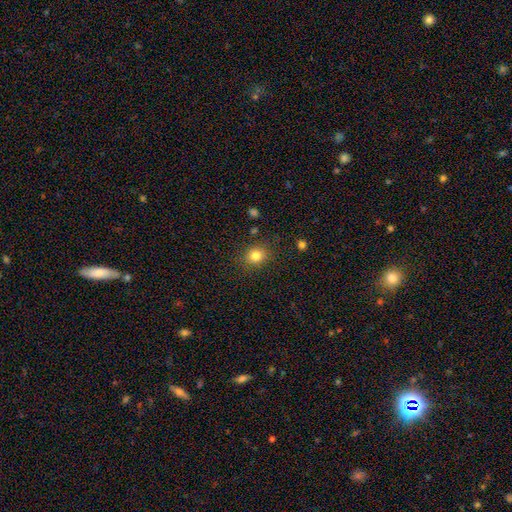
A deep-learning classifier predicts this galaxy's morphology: smooth-or-featured: smooth: 82% | star or artifact: 12% | featured or disk: 6%
  how-rounded: round: 71% | in between: 29% | cigar-shaped: 1%
  merging: none: 85% | minor disturbance: 10% | major disturbance: 3% | merger: 2%